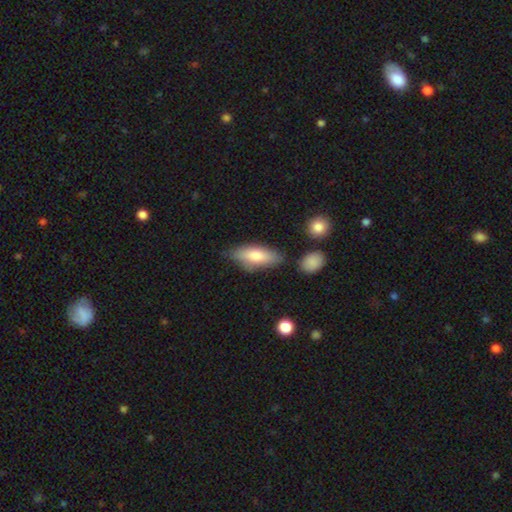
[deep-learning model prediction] Q: Smooth or featured?
A: smooth (73%); runner-up: featured or disk (20%)
Q: How rounded?
A: in between (65%); runner-up: cigar-shaped (33%)
Q: Merging?
A: none (73%); runner-up: minor disturbance (18%)